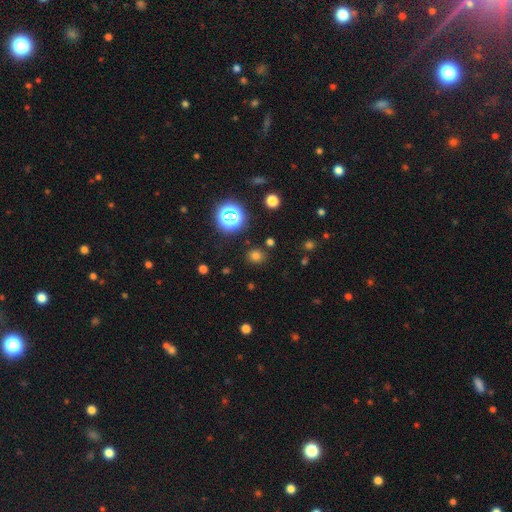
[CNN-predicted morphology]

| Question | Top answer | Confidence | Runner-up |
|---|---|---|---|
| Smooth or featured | smooth | 70% | star or artifact (25%) |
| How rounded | round | 76% | in between (23%) |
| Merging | none | 86% | minor disturbance (8%) |